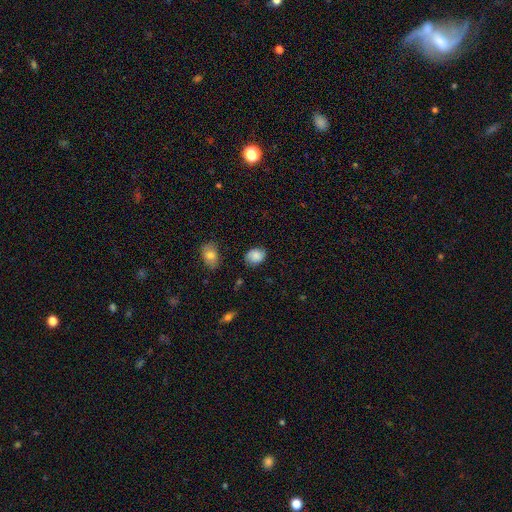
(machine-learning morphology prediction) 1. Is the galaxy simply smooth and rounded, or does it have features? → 78% smooth, 13% featured or disk, 8% star or artifact.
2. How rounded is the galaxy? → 54% in between, 45% round, 1% cigar-shaped.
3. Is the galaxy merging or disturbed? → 75% none, 19% minor disturbance, 4% major disturbance, 2% merger.